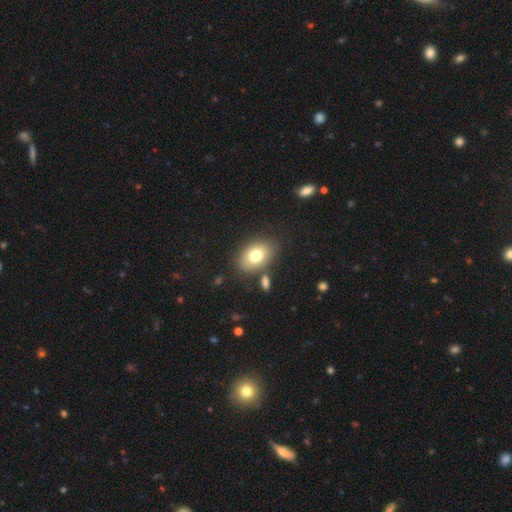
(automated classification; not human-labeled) smooth-or-featured: smooth: 77% | featured or disk: 15% | star or artifact: 8%
  how-rounded: in between: 82% | round: 16% | cigar-shaped: 1%
  merging: none: 77% | minor disturbance: 12% | merger: 8% | major disturbance: 4%